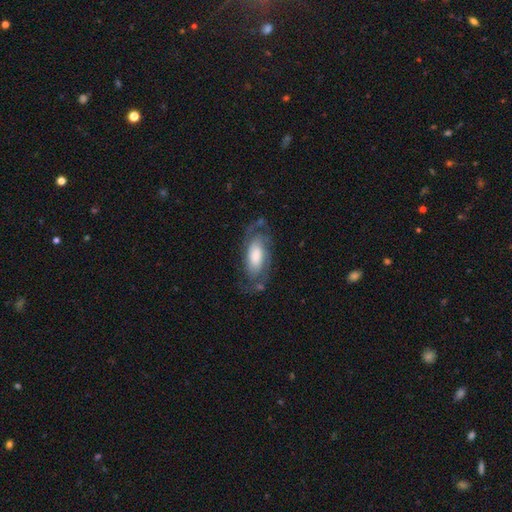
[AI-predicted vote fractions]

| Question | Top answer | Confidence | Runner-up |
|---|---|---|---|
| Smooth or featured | featured or disk | 67% | smooth (27%) |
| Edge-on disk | no | 93% | yes (7%) |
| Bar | no | 62% | weak (29%) |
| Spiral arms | yes | 90% | no (10%) |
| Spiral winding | medium | 42% | tight (39%) |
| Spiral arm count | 2 | 61% | can't tell (21%) |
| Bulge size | large | 43% | moderate (28%) |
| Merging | none | 61% | minor disturbance (22%) |